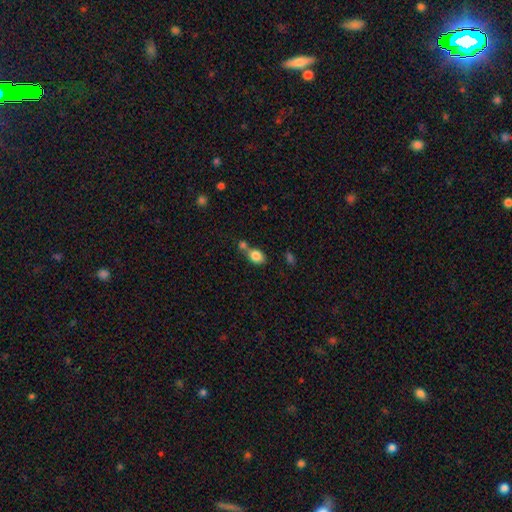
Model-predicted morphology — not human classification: smooth-or-featured: smooth: 83% | star or artifact: 9% | featured or disk: 8%
  how-rounded: in between: 68% | round: 30% | cigar-shaped: 2%
  merging: none: 46% | merger: 37% | minor disturbance: 13% | major disturbance: 5%